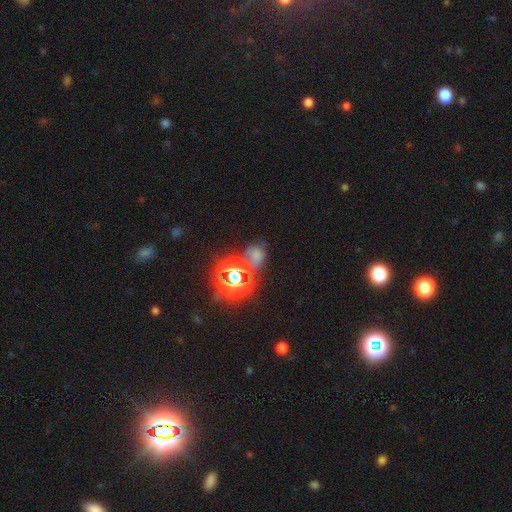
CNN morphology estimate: Q: Smooth or featured?
A: star or artifact (46%); runner-up: smooth (42%)